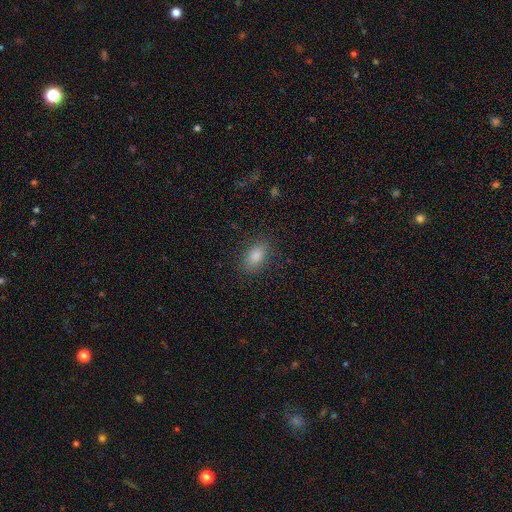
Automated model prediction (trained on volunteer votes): Smooth or featured: smooth — 83% (star or artifact — 10%)
How rounded: in between — 87% (round — 10%)
Merging: none — 86% (minor disturbance — 10%)